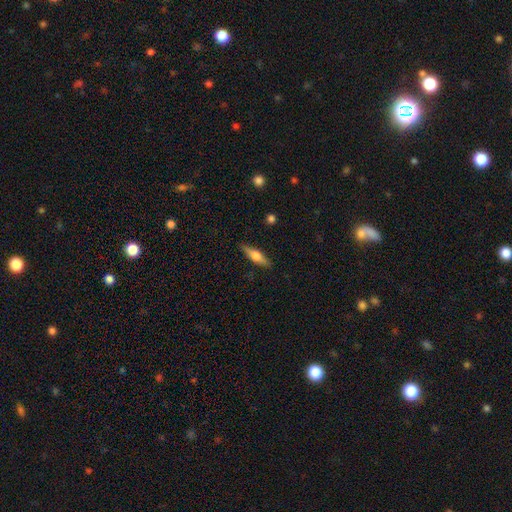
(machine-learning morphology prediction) The model was most divided on "smooth or featured": featured or disk: 47%, smooth: 46%, star or artifact: 6%. More confident: merging — none (87%).